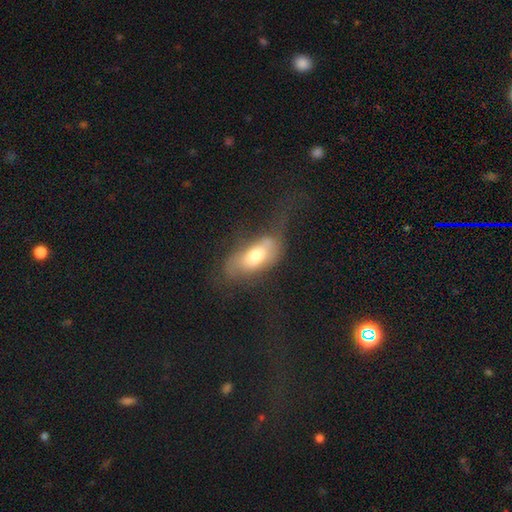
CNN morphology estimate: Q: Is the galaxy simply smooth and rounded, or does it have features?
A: smooth — 58%.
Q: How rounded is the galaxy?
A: in between — 86%.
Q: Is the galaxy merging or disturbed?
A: major disturbance — 34%, tied with none.